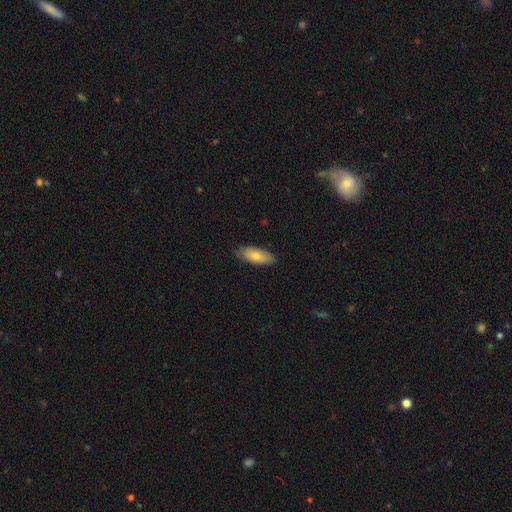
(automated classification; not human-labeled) Morphology: type=smooth (73%); roundness=in between (80%); merging=none (86%).